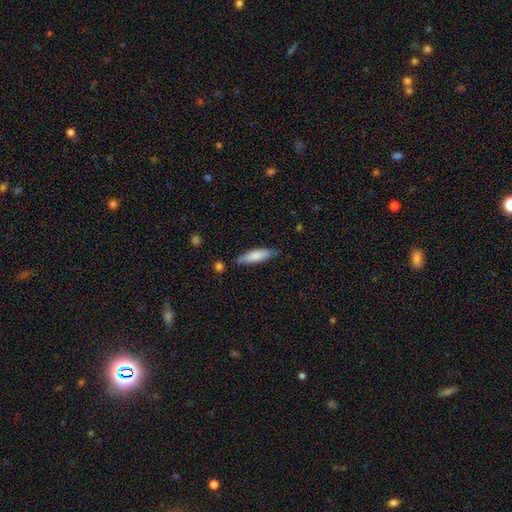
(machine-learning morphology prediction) Smooth or featured?
  - smooth: 80% *
  - featured or disk: 14%
  - star or artifact: 6%
How rounded?
  - cigar-shaped: 61% *
  - in between: 37%
  - round: 1%
Merging?
  - none: 77% *
  - minor disturbance: 18%
  - major disturbance: 3%
  - merger: 3%